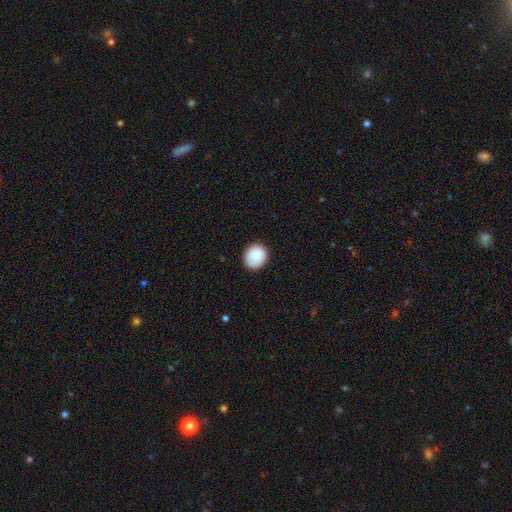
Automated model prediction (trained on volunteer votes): Smooth or featured? smooth (87%)
How rounded? round (79%)
Merging? none (87%)